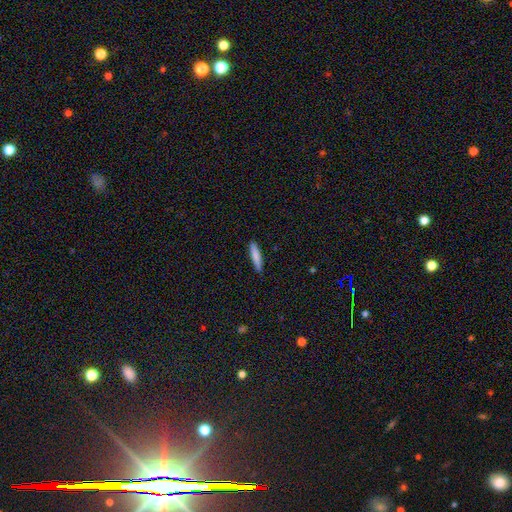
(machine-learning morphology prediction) smooth-or-featured: smooth: 83% | featured or disk: 11% | star or artifact: 6%
  how-rounded: cigar-shaped: 87% | in between: 12% | round: 1%
  merging: none: 89% | minor disturbance: 8% | major disturbance: 2% | merger: 1%